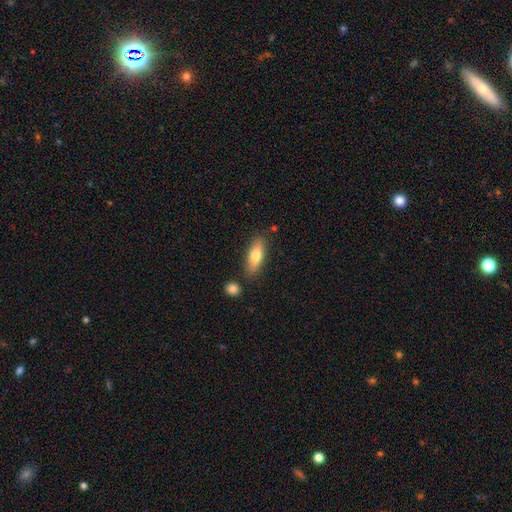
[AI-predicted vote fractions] Smooth or featured? Predicted: smooth (p=0.72). How rounded? Predicted: in between (p=0.64). Merging? Predicted: none (p=0.82).